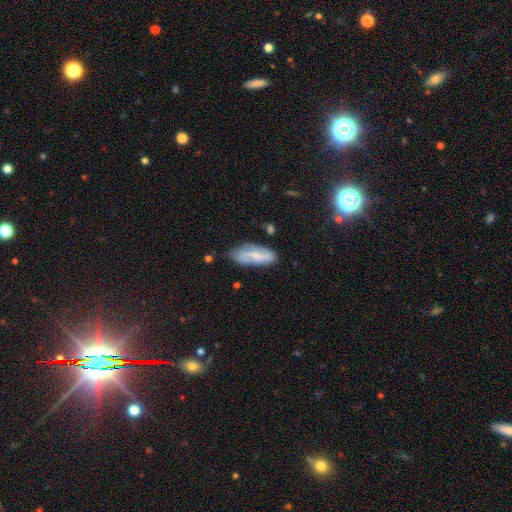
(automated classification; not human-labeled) Smooth or featured? featured or disk (67%)
Edge-on disk? no (90%)
Bar? weak (41%)
Spiral arms? yes (90%)
Spiral winding? loose (46%)
Spiral arm count? 2 (85%)
Bulge size? small (66%)
Merging? none (75%)